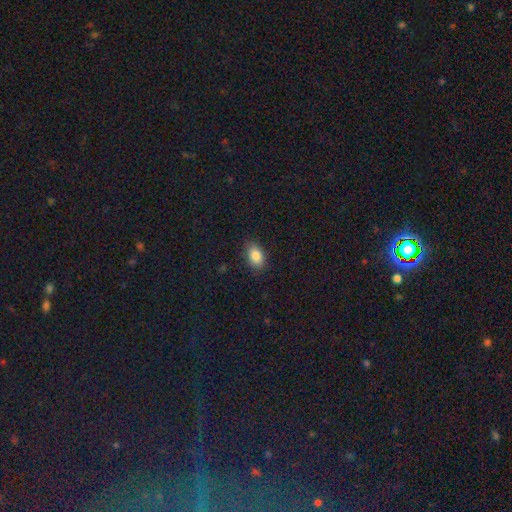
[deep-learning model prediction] smooth 85%, star or artifact 9%, featured or disk 6%. Down the decision tree: how rounded — in between (87%); merging — none (85%).